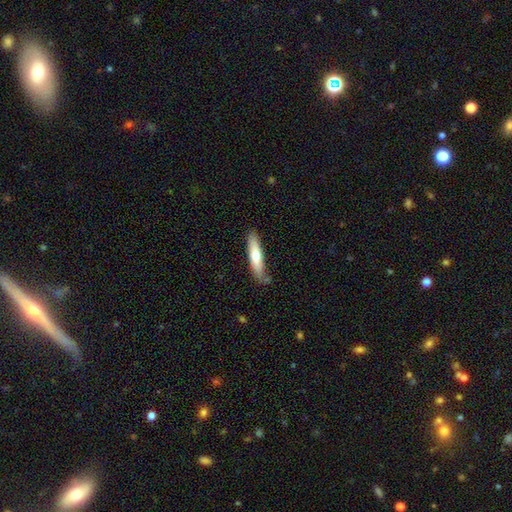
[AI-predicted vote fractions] The model was most divided on "smooth or featured": smooth: 66%, featured or disk: 28%, star or artifact: 5%. More confident: how rounded — cigar-shaped (79%); merging — none (75%).